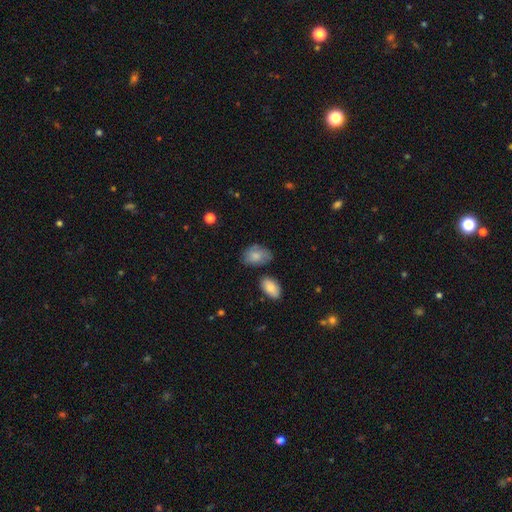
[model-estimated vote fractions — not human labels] Smooth or featured?
  - smooth: 80% *
  - featured or disk: 13%
  - star or artifact: 7%
How rounded?
  - in between: 85% *
  - round: 13%
  - cigar-shaped: 1%
Merging?
  - none: 61% *
  - minor disturbance: 26%
  - major disturbance: 7%
  - merger: 6%